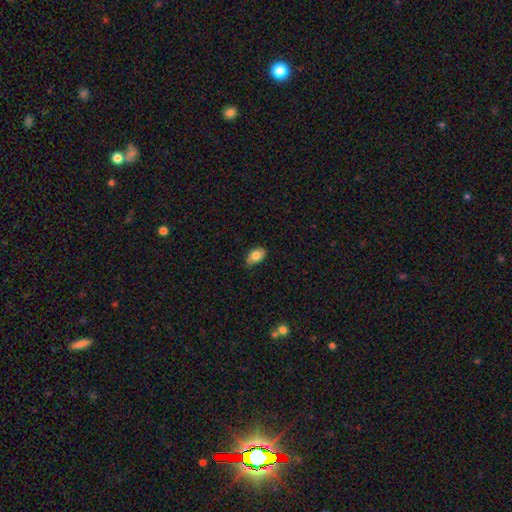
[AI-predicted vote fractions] This is likely a smooth galaxy (77%). How rounded: clearly in between (90%). Merging: likely none (73%).